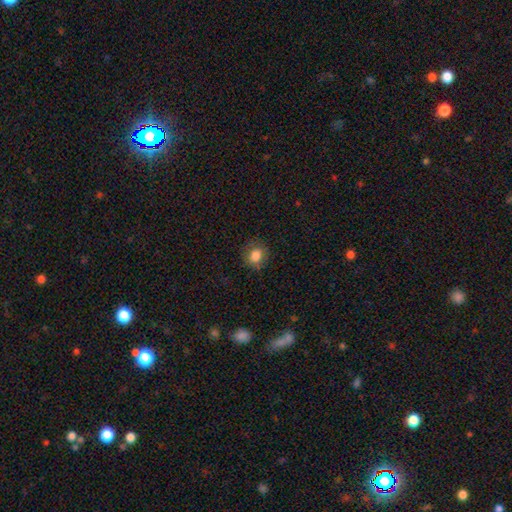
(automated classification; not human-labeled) This is clearly a smooth galaxy (83%). How rounded: likely round (65%). Merging: clearly none (81%).